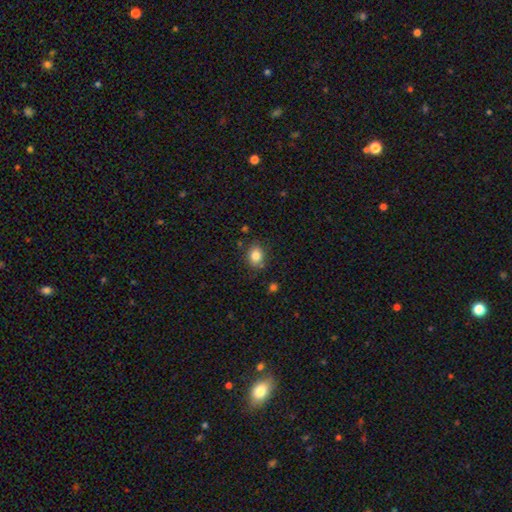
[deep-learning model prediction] Smooth or featured? smooth (83%)
How rounded? in between (51%)
Merging? none (80%)